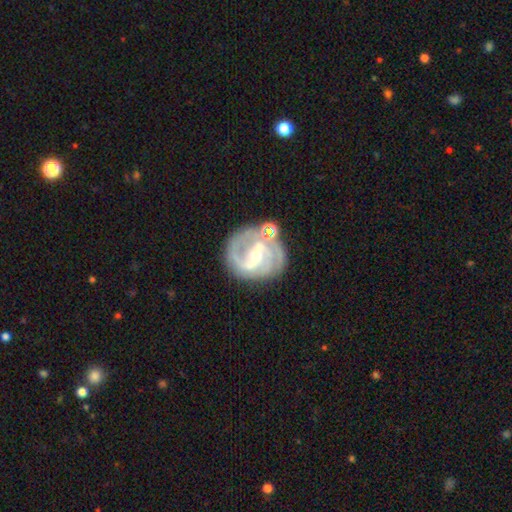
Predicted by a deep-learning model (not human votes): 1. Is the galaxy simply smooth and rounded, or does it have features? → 86% featured or disk, 8% smooth, 6% star or artifact.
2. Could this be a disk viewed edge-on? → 97% no, 3% yes.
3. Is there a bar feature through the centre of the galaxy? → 47% weak, 30% strong, 24% no.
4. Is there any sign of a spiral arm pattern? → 96% yes, 4% no.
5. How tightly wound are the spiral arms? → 45% tight, 43% medium, 12% loose.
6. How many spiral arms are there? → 54% 2, 23% 3, 12% can't tell, 4% 4, 4% 1, 3% more than 4.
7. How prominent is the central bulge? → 49% small, 47% moderate, 2% large, 1% none, 1% dominant.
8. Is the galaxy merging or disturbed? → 65% none, 16% minor disturbance, 11% merger, 7% major disturbance.